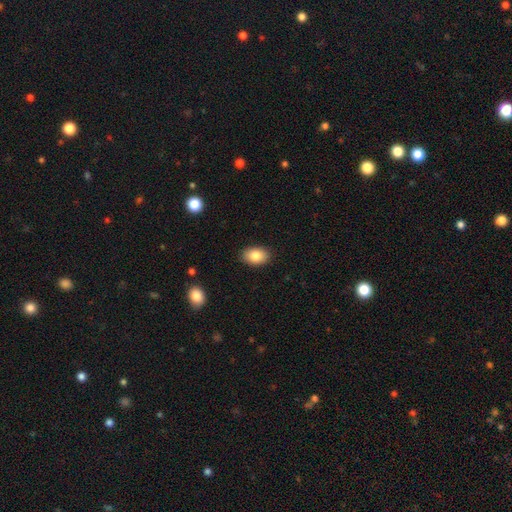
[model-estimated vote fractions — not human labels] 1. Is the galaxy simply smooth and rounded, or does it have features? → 84% smooth, 8% featured or disk, 8% star or artifact.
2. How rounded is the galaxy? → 88% in between, 11% round, 1% cigar-shaped.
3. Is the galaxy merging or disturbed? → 88% none, 9% minor disturbance, 2% major disturbance, 1% merger.